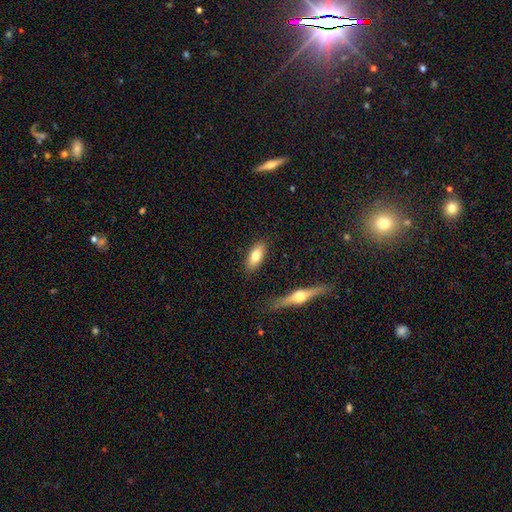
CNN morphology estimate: Smooth or featured? smooth (75%)
How rounded? in between (79%)
Merging? none (86%)